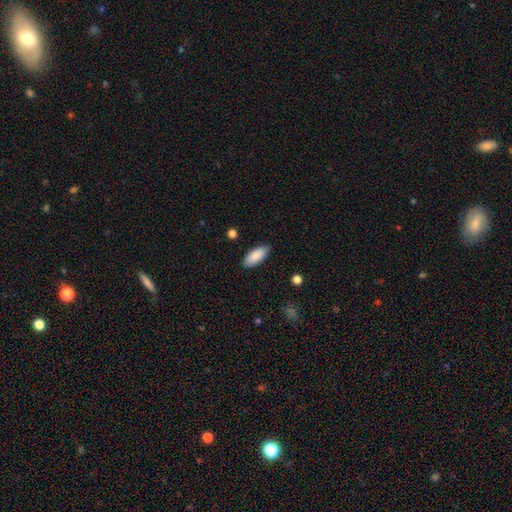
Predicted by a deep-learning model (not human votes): smooth 88%, featured or disk 6%, star or artifact 6%. Down the decision tree: how rounded — in between (85%); merging — none (86%).